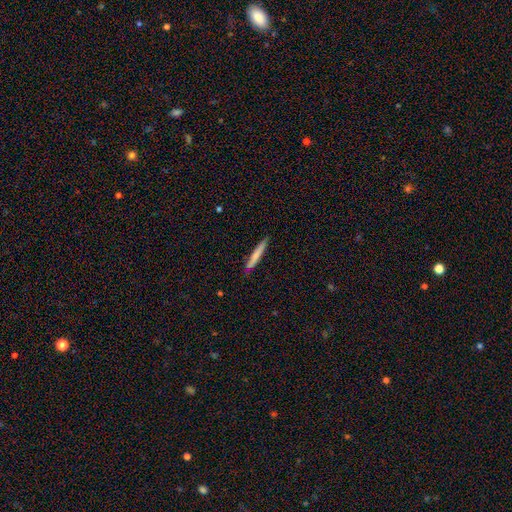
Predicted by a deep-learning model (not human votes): smooth_or_featured: smooth (p=0.71) [alt: featured or disk p=0.24]
how_rounded: cigar-shaped (p=0.96) [alt: in between p=0.03]
merging: none (p=0.87) [alt: minor disturbance p=0.10]